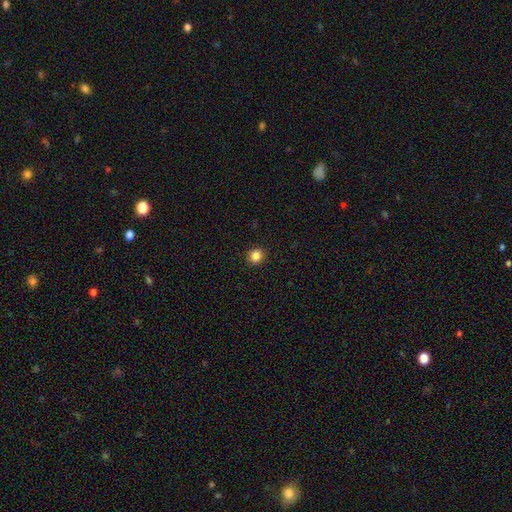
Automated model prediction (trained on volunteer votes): The model was most divided on "smooth or featured": smooth: 84%, star or artifact: 12%, featured or disk: 4%. More confident: merging — none (93%); how rounded — round (92%).